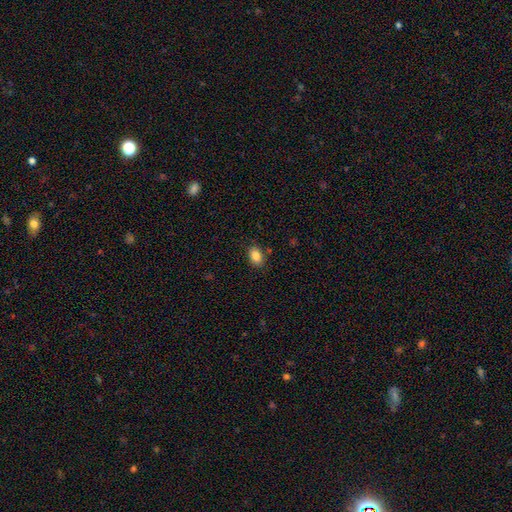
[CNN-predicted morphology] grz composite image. It shows a smooth galaxy with no disk features (86%) that is in between round and cigar-shaped (84%). Merging: none (85%).